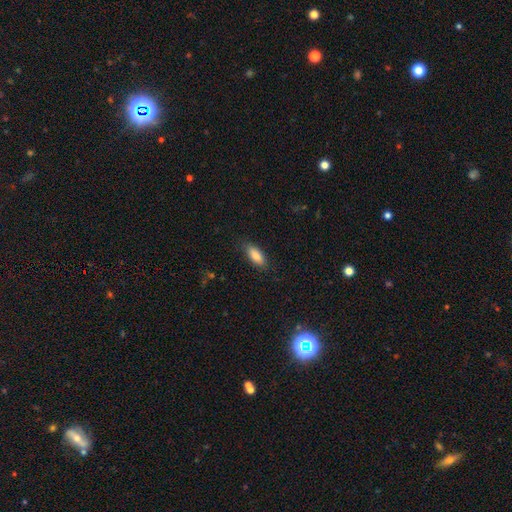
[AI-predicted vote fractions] smooth 83%, featured or disk 10%, star or artifact 7%. Down the decision tree: how rounded — in between (82%); merging — none (84%).